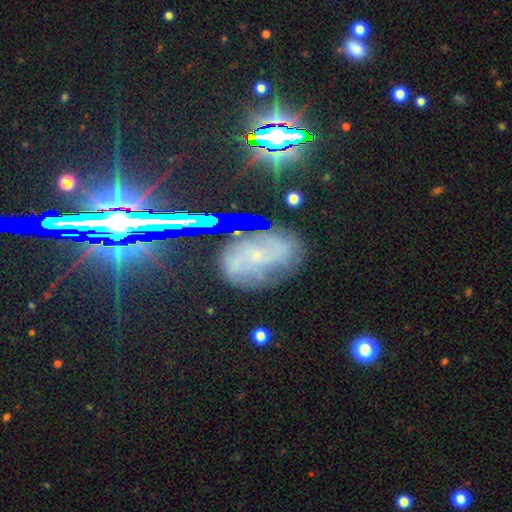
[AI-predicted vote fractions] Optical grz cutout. It shows a featured or disk galaxy (57%) with no bar (68%), spiral arms (86%) and a small central bulge (80%). Merging: none (62%).